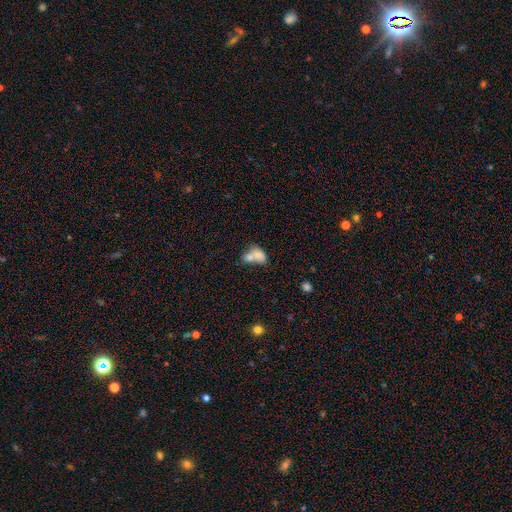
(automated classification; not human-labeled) Smooth or featured? smooth (71%)
How rounded? in between (79%)
Merging? merger (68%)